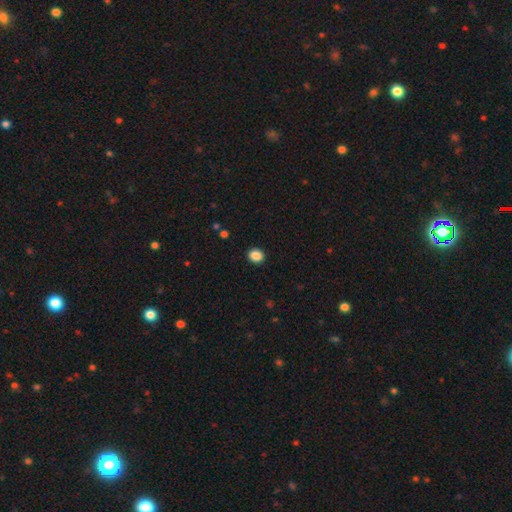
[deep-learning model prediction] Smooth or featured? Predicted: smooth (p=0.87). How rounded? Predicted: round (p=0.66). Merging? Predicted: none (p=0.91).